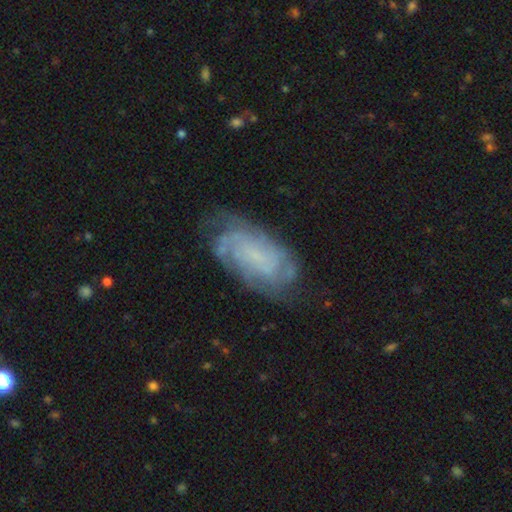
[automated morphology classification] Q: Smooth or featured?
A: featured or disk (74%); runner-up: smooth (18%)
Q: Edge-on disk?
A: no (95%); runner-up: yes (5%)
Q: Bar?
A: no (61%); runner-up: weak (31%)
Q: Spiral arms?
A: yes (91%); runner-up: no (9%)
Q: Spiral winding?
A: tight (59%); runner-up: medium (31%)
Q: Spiral arm count?
A: can't tell (45%); runner-up: 2 (20%)
Q: Bulge size?
A: none (44%); runner-up: small (42%)
Q: Merging?
A: none (68%); runner-up: minor disturbance (21%)